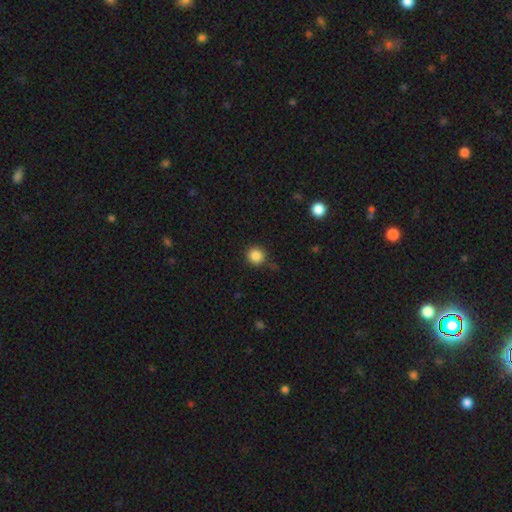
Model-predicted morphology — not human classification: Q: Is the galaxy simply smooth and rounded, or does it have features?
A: smooth — 86%.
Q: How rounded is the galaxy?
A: round — 94%.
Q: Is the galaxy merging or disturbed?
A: none — 84%.